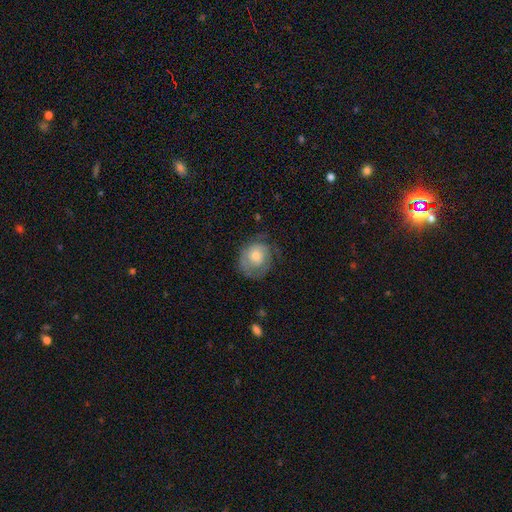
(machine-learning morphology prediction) Smooth or featured: featured or disk — 53% (smooth — 40%)
Edge-on disk: no — 97% (yes — 3%)
Bar: no — 82% (weak — 16%)
Spiral arms: yes — 74% (no — 26%)
Bulge size: moderate — 54% (small — 35%)
Merging: none — 62% (minor disturbance — 23%)